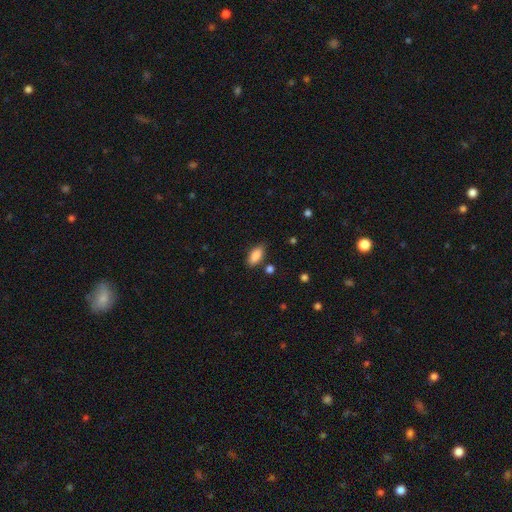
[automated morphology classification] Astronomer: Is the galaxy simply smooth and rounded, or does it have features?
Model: smooth — 88%.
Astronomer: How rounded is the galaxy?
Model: in between — 89%.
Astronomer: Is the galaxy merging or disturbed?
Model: none — 80%.